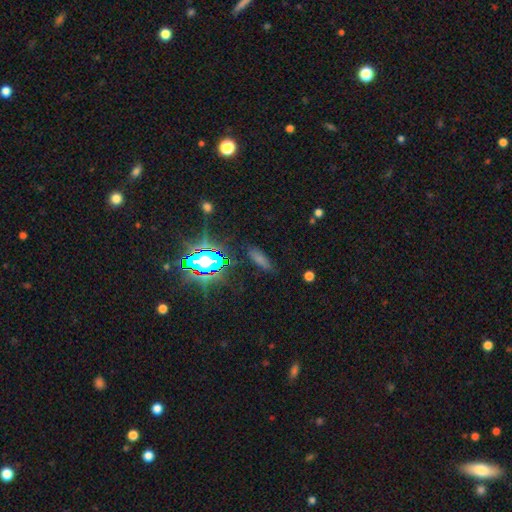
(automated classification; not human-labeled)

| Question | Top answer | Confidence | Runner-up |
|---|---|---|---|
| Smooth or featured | star or artifact | 44% | smooth (41%) |